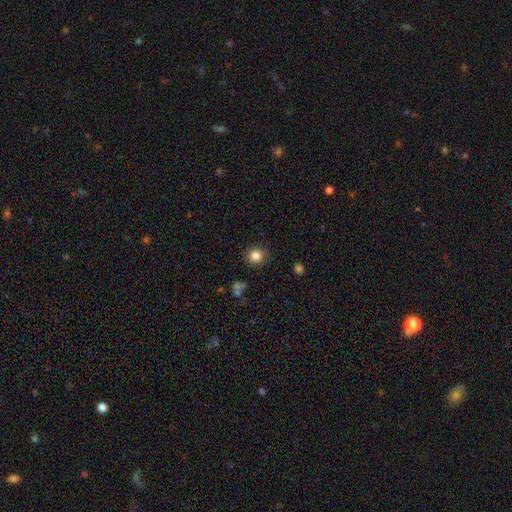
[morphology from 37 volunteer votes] smooth 92%, star or artifact 8%, featured or disk 0%. Down the decision tree: how rounded — round (94%); merging — none (85%).